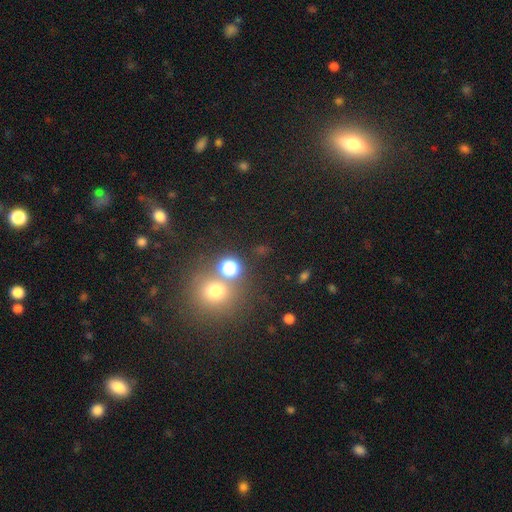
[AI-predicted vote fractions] This is possibly a smooth galaxy (50%). Merging: likely none (64%).